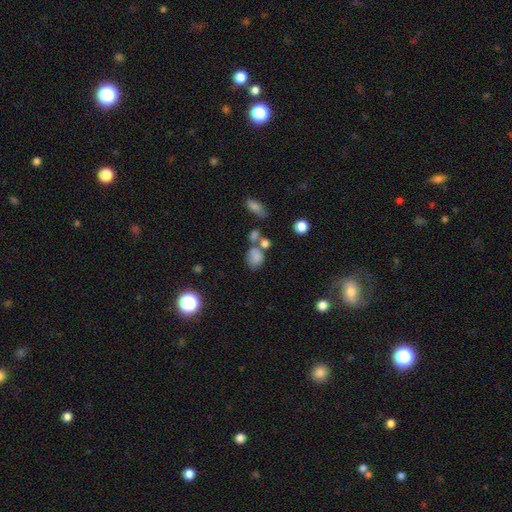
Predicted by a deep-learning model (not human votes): This appears to be a smooth galaxy with no disk features (74%) that is in between round and cigar-shaped (52%). Merging: none (40%).